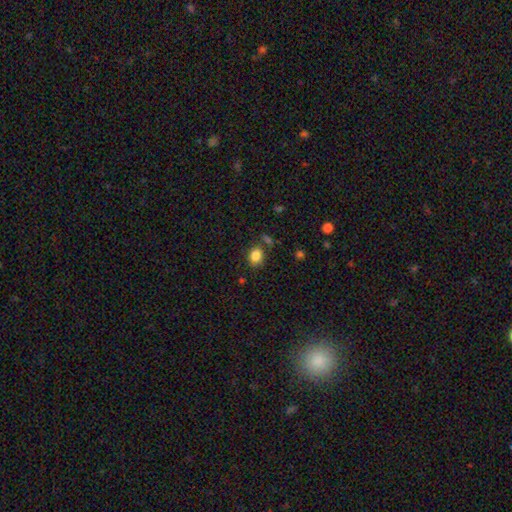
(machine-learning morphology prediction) smooth 85%, star or artifact 10%, featured or disk 5%. Down the decision tree: how rounded — in between (55%); merging — none (74%).